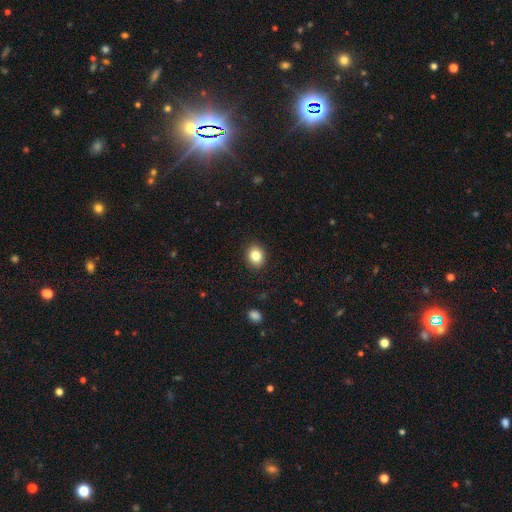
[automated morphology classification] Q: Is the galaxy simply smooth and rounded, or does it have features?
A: smooth — 84%.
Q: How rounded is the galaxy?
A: round — 60%.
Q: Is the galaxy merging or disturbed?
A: none — 90%.